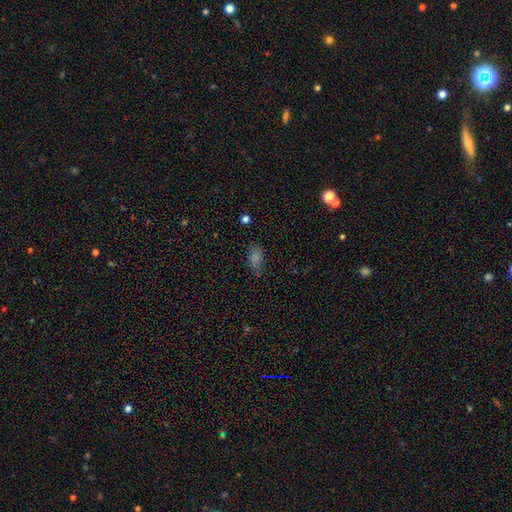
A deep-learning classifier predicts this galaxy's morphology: Overall: smooth (63%). How rounded: in between (82%). Merging: none (61%; minor disturbance 27%).